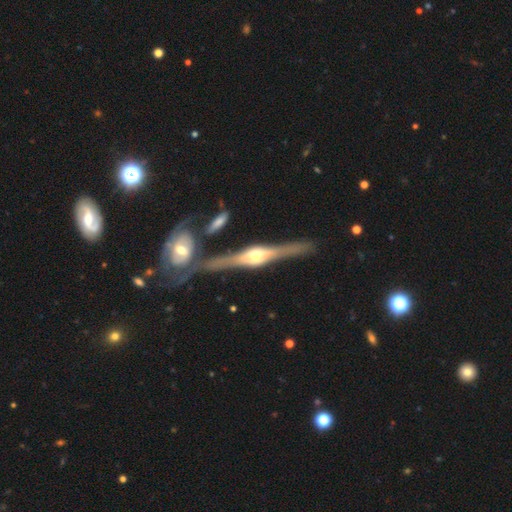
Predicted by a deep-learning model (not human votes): Overall: featured or disk (83%). Edge-on disk: yes (96%). Edge-on bulge: rounded (90%). Merging: none (76%).